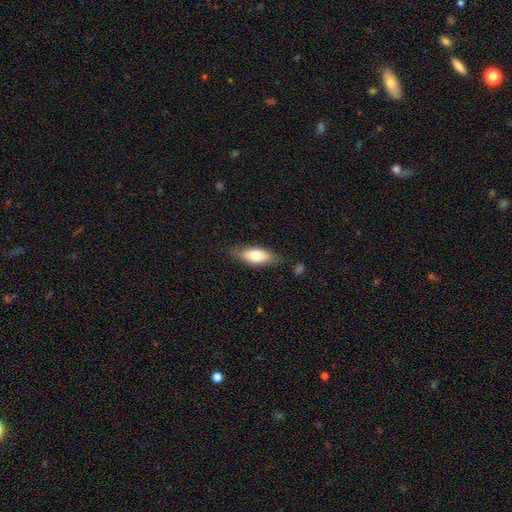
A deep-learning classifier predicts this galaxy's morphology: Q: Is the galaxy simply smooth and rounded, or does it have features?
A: smooth — 72%.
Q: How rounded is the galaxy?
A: in between — 76%.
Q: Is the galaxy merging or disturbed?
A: none — 80%.